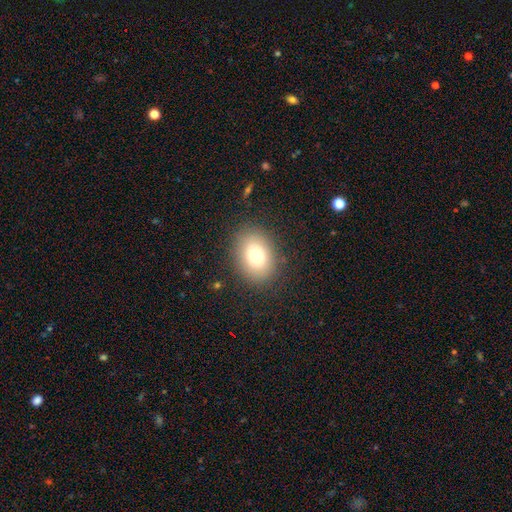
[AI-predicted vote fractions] Q: Smooth or featured?
A: smooth (77%); runner-up: featured or disk (12%)
Q: How rounded?
A: in between (63%); runner-up: round (36%)
Q: Merging?
A: none (85%); runner-up: minor disturbance (10%)